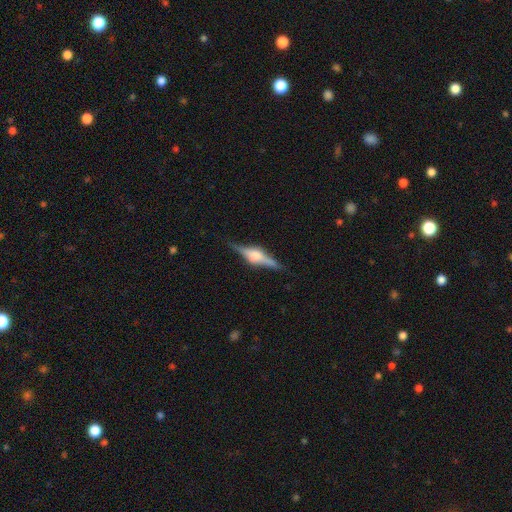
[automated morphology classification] featured or disk 76%, smooth 17%, star or artifact 7%. Down the decision tree: edge-on disk — yes (97%); edge-on bulge — rounded (79%); merging — none (83%).